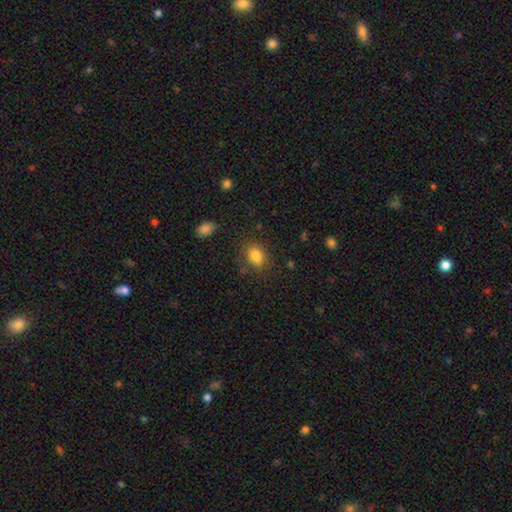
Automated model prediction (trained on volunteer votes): The model was most divided on "how rounded": in between: 61%, round: 38%, cigar-shaped: 1%. More confident: smooth or featured — smooth (82%); merging — none (76%).